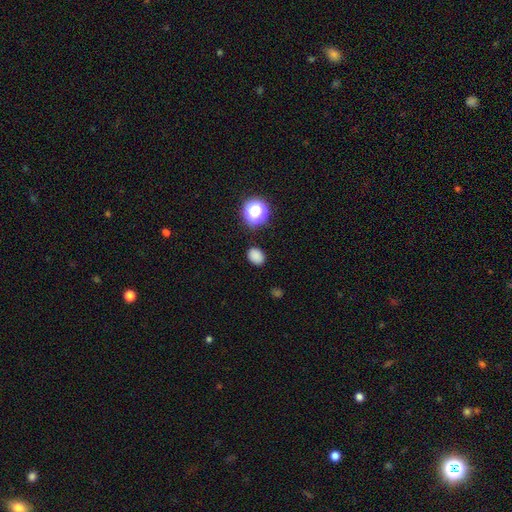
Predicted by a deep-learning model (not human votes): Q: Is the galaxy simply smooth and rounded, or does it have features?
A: smooth — 81%.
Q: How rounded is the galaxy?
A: in between — 59%.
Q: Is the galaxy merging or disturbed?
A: none — 85%.